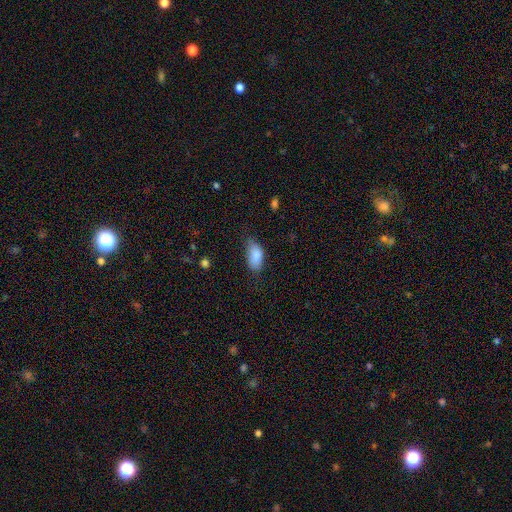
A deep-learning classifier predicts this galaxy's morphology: smooth 86%, star or artifact 7%, featured or disk 7%. Down the decision tree: how rounded — in between (92%); merging — none (54%).